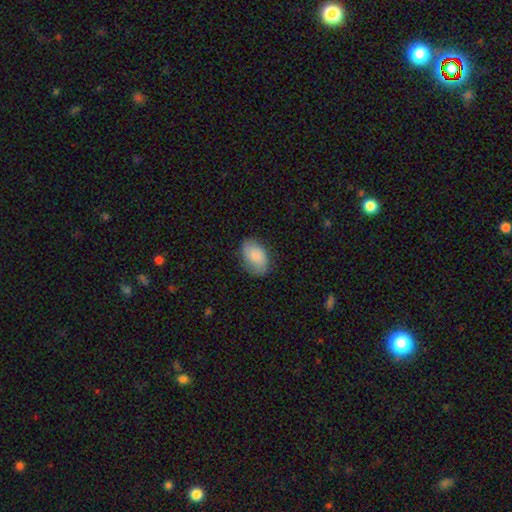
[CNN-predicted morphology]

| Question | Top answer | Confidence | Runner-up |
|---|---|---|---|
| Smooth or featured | smooth | 76% | featured or disk (17%) |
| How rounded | in between | 89% | round (10%) |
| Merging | none | 74% | minor disturbance (20%) |